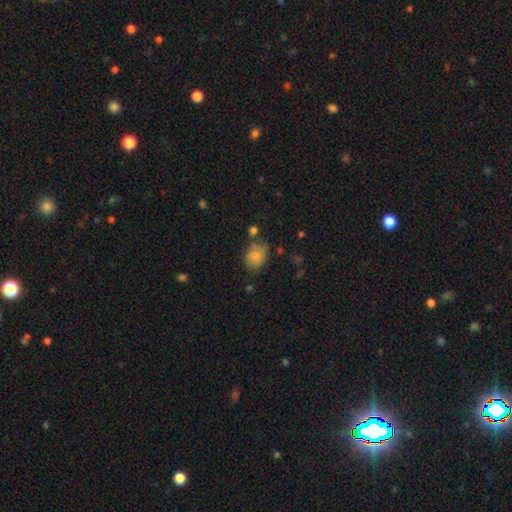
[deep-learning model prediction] A smooth galaxy with no disk features (78%) that is in between round and cigar-shaped (50%). Merging: none (67%).